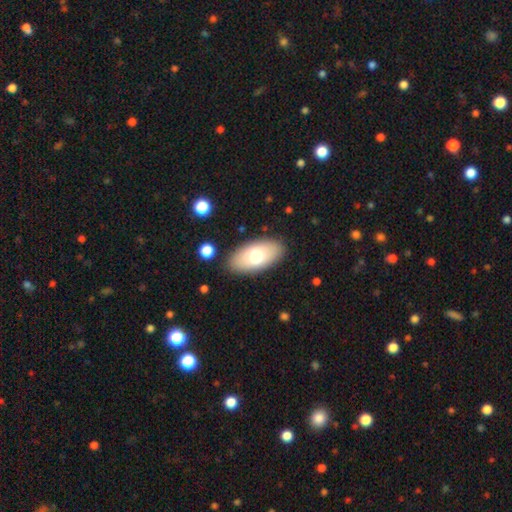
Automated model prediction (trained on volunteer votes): smooth 69%, featured or disk 24%, star or artifact 7%. Down the decision tree: how rounded — in between (93%); merging — none (87%).